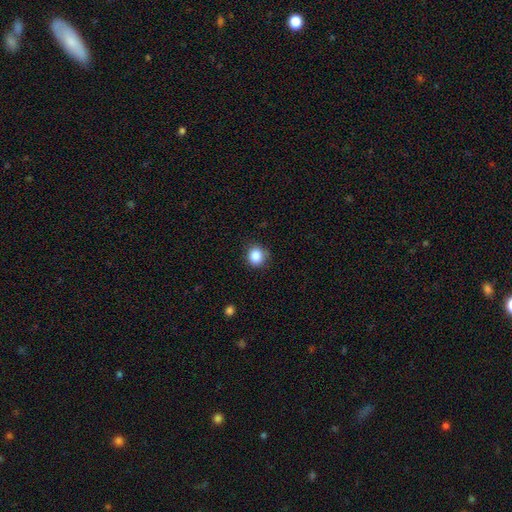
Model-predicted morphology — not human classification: type=smooth (86%); roundness=round (83%); merging=none (83%).